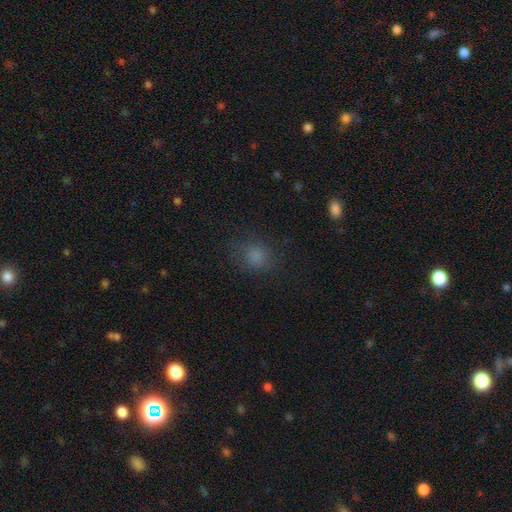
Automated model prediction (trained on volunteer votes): A smooth galaxy with no disk features (78%) that is round (73%). Merging: none (76%).